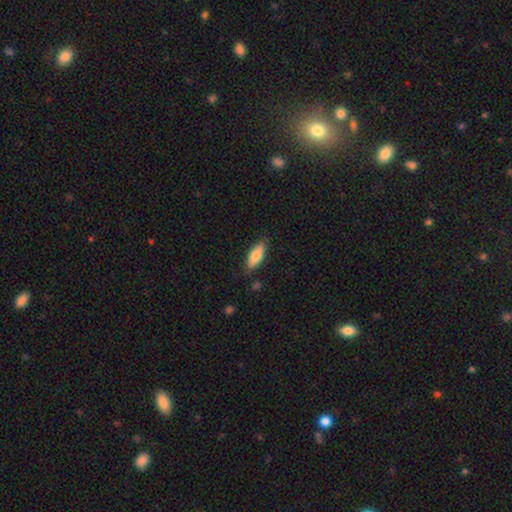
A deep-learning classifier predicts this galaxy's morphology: Q: Smooth or featured?
A: smooth (78%); runner-up: featured or disk (16%)
Q: How rounded?
A: in between (71%); runner-up: cigar-shaped (27%)
Q: Merging?
A: none (82%); runner-up: minor disturbance (14%)